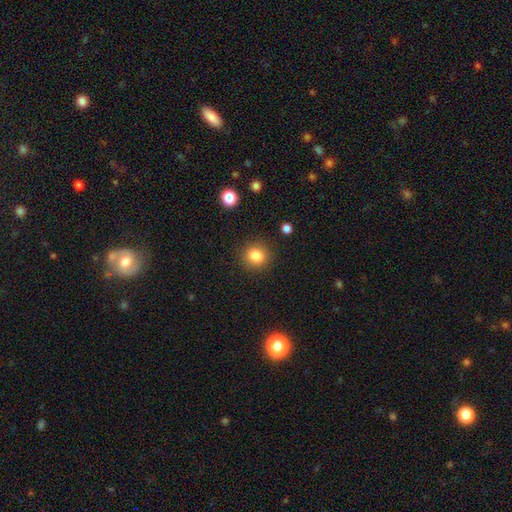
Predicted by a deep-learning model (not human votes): smooth 84%, star or artifact 11%, featured or disk 6%. Down the decision tree: how rounded — round (87%); merging — none (89%).